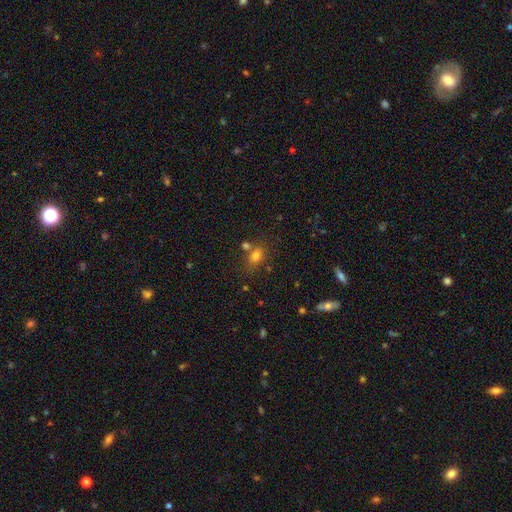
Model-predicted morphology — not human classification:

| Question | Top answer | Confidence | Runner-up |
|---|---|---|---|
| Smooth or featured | smooth | 75% | star or artifact (15%) |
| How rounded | in between | 72% | round (25%) |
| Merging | none | 60% | merger (21%) |